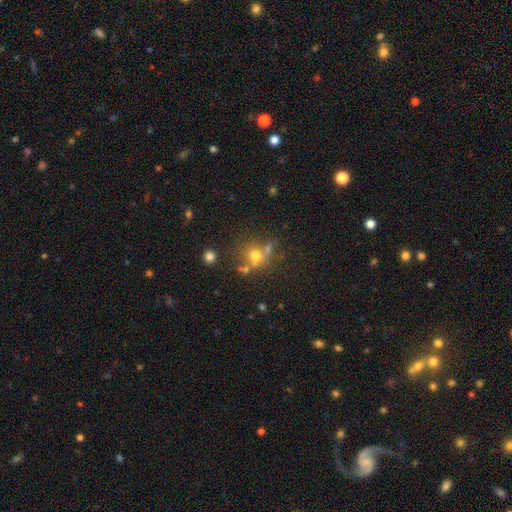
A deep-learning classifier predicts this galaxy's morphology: type=smooth (65%); roundness=round (81%); merging=none (55%).